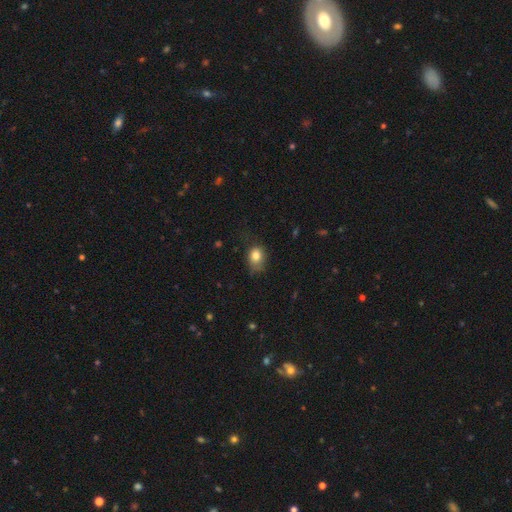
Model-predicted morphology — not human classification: A smooth galaxy with no disk features (81%) that is in between round and cigar-shaped (54%).

Vote fractions:
- Smooth or featured? smooth: 81% / star or artifact: 10% / featured or disk: 9%
- How rounded? in between: 54% / round: 44% / cigar-shaped: 1%
- Merging? none: 53% / minor disturbance: 33% / major disturbance: 13% / merger: 2%